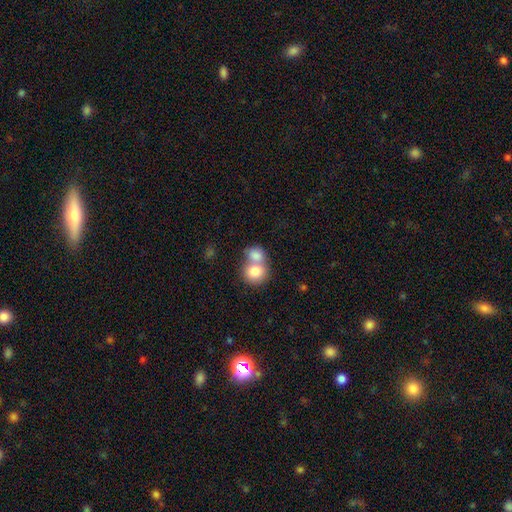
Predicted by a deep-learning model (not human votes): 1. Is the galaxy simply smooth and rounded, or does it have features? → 79% smooth, 13% featured or disk, 8% star or artifact.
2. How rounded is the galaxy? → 64% round, 35% in between, 1% cigar-shaped.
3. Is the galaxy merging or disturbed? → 68% merger, 23% none, 6% minor disturbance, 3% major disturbance.